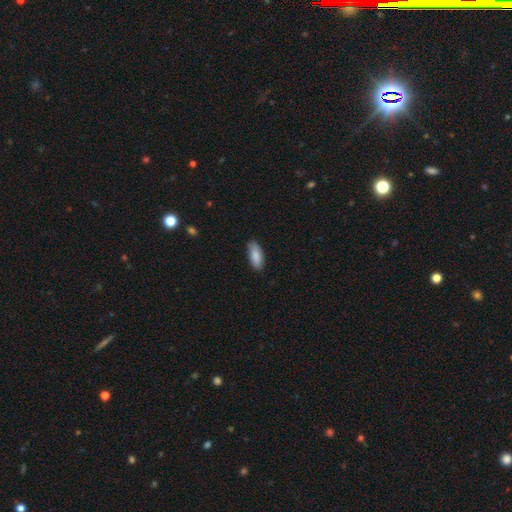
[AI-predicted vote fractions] Smooth or featured: smooth — 88% (featured or disk — 6%)
How rounded: in between — 81% (cigar-shaped — 17%)
Merging: none — 85% (minor disturbance — 12%)